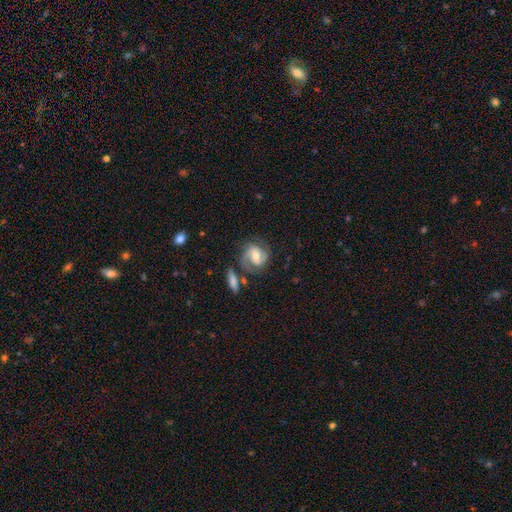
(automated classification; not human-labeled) The model was most divided on "bar": weak: 43%, no: 40%, strong: 17%. Remaining: edge-on disk — no (97%); spiral arms — yes (94%); spiral arm count — 2 (81%); smooth or featured — featured or disk (77%); bulge size — moderate (66%); merging — none (64%); spiral winding — medium (48%).